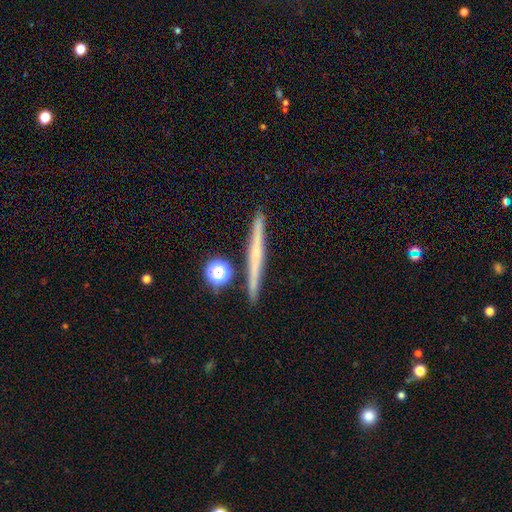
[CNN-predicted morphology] A featured or disk galaxy (51%) viewed edge-on (96%).

Vote fractions:
- Smooth or featured? featured or disk: 51% / smooth: 41% / star or artifact: 8%
- Edge-on disk? yes: 96% / no: 4%
- Merging? none: 88% / minor disturbance: 7% / merger: 4% / major disturbance: 2%